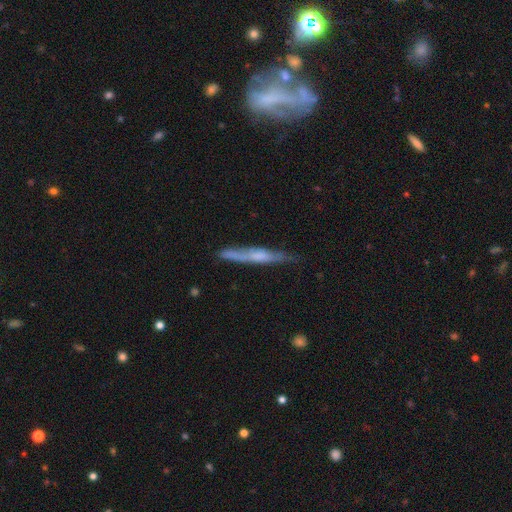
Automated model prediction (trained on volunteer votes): The model was most divided on "edge-on bulge": none: 43%, rounded: 40%, boxy: 17%. More confident: edge-on disk — yes (92%); merging — none (73%); smooth or featured — featured or disk (55%).